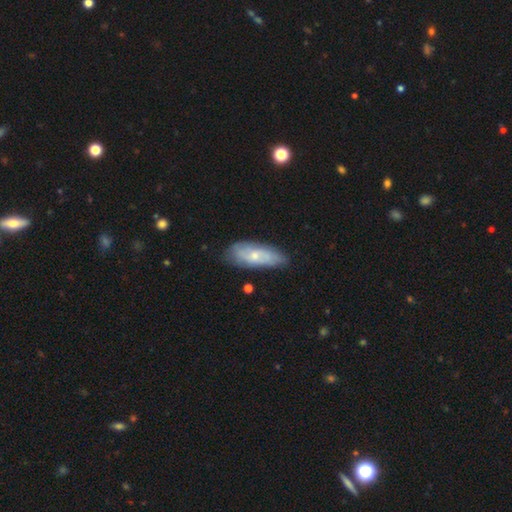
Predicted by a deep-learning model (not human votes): This is possibly a smooth galaxy (49%). Merging: likely none (73%).